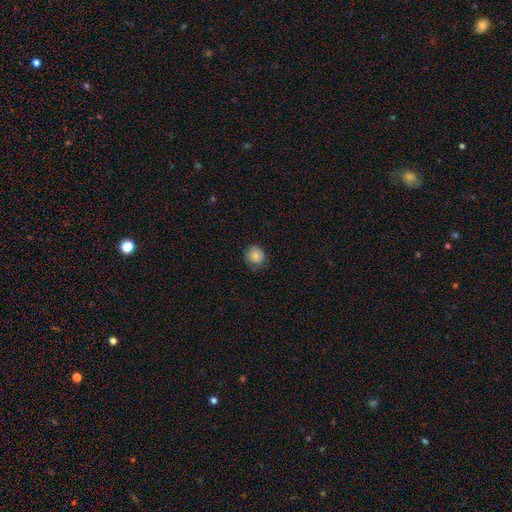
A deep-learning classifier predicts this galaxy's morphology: Smooth or featured? Predicted: smooth (p=0.82). How rounded? Predicted: round (p=0.85). Merging? Predicted: none (p=0.71).